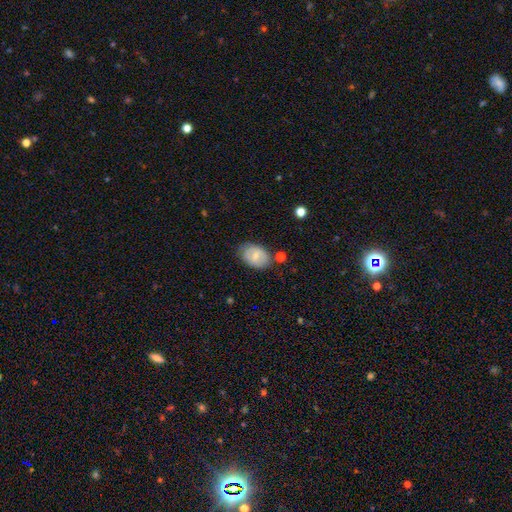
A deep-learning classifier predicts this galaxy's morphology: This appears to be a smooth galaxy with no disk features (58%) that is in between round and cigar-shaped (80%). Merging: none (72%).